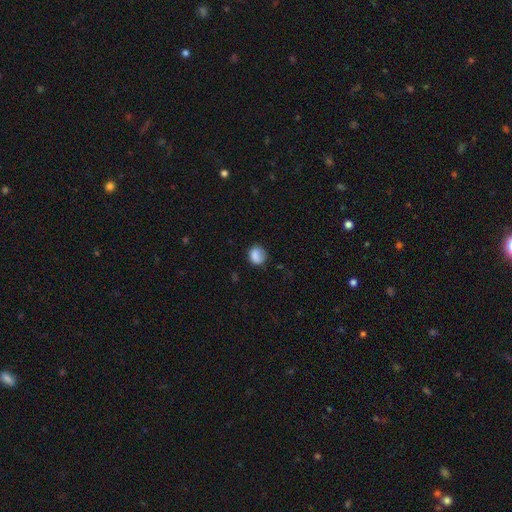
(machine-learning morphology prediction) Smooth or featured: smooth — 81% (featured or disk — 10%)
How rounded: round — 70% (in between — 29%)
Merging: none — 64% (minor disturbance — 24%)